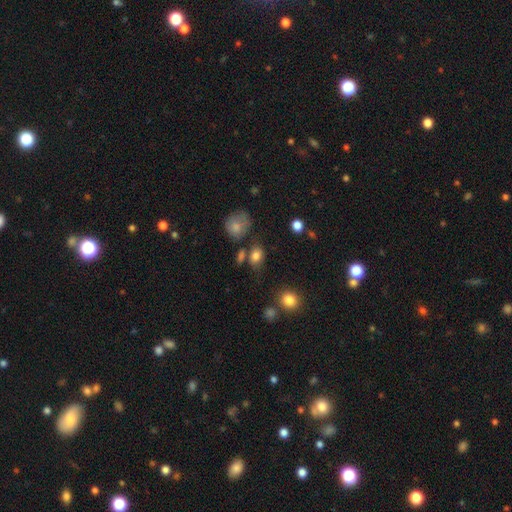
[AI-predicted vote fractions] A smooth galaxy with no disk features (81%) that is in between round and cigar-shaped (67%). Merging: none (65%).